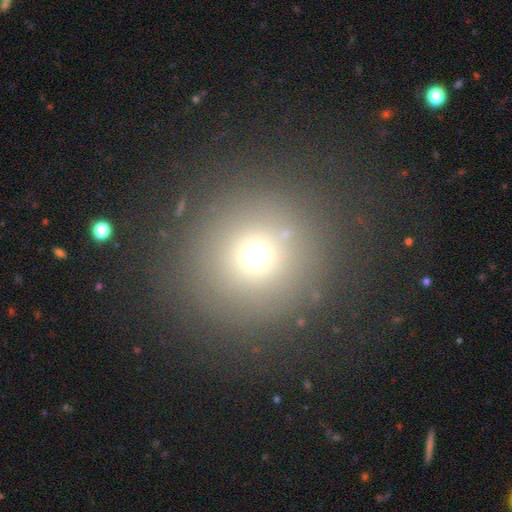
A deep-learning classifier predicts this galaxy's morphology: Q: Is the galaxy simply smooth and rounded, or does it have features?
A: smooth — 67%.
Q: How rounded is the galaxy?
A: round — 94%.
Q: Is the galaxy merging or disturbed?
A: none — 85%.